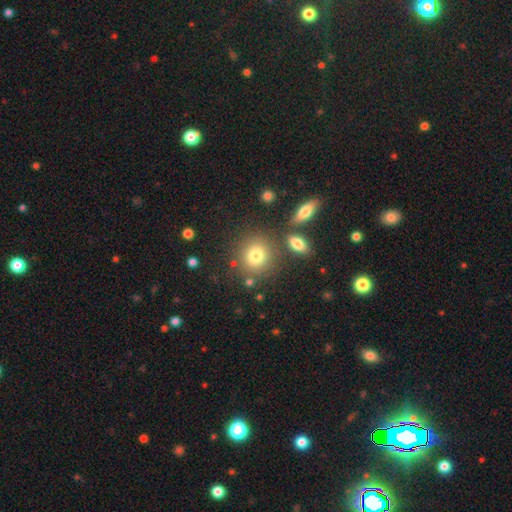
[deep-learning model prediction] The model was most divided on "smooth or featured": smooth: 78%, star or artifact: 12%, featured or disk: 10%. More confident: how rounded — round (84%); merging — none (78%).